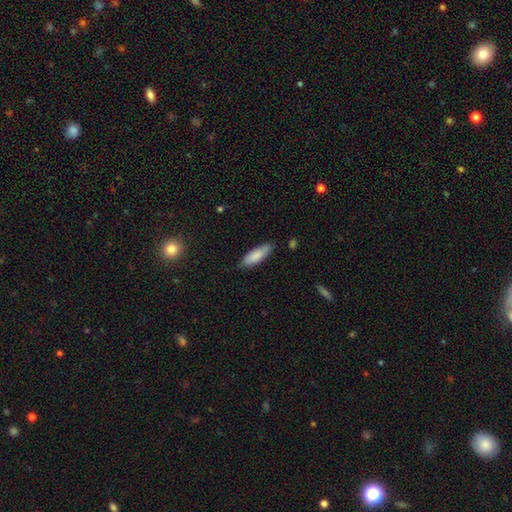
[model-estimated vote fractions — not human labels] smooth-or-featured: smooth: 84% | featured or disk: 10% | star or artifact: 6%
  how-rounded: in between: 55% | cigar-shaped: 43% | round: 2%
  merging: none: 75% | minor disturbance: 20% | major disturbance: 3% | merger: 2%